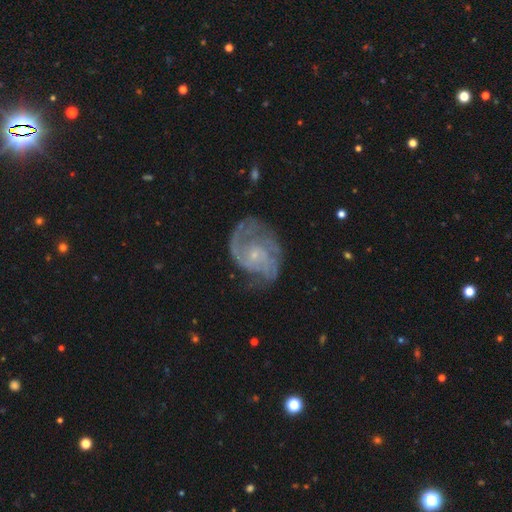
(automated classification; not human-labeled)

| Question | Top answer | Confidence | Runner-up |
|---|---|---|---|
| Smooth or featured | featured or disk | 86% | smooth (8%) |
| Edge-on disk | no | 98% | yes (2%) |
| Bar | no | 69% | weak (26%) |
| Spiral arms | yes | 96% | no (4%) |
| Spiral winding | medium | 45% | tight (40%) |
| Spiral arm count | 2 | 48% | can't tell (19%) |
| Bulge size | small | 81% | moderate (13%) |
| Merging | none | 59% | minor disturbance (23%) |